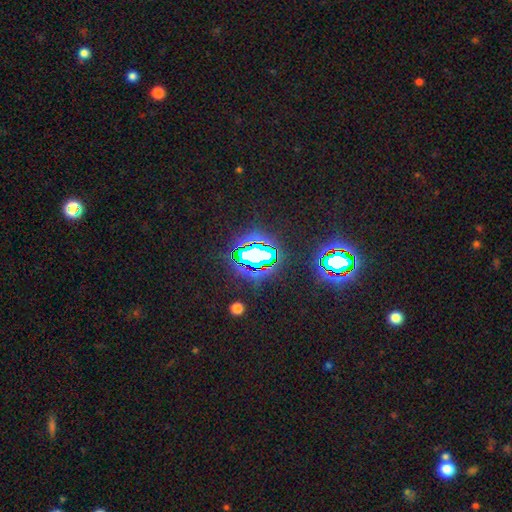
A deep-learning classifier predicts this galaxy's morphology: Smooth or featured? star or artifact (70%)